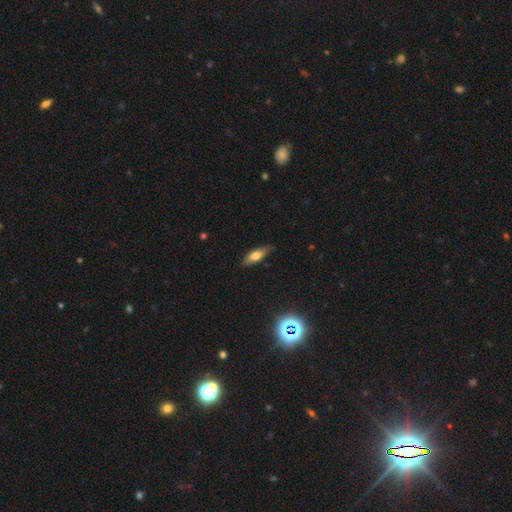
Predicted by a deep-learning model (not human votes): Smooth or featured: smooth — 59% (featured or disk — 32%)
How rounded: in between — 54% (cigar-shaped — 43%)
Merging: none — 78% (minor disturbance — 18%)